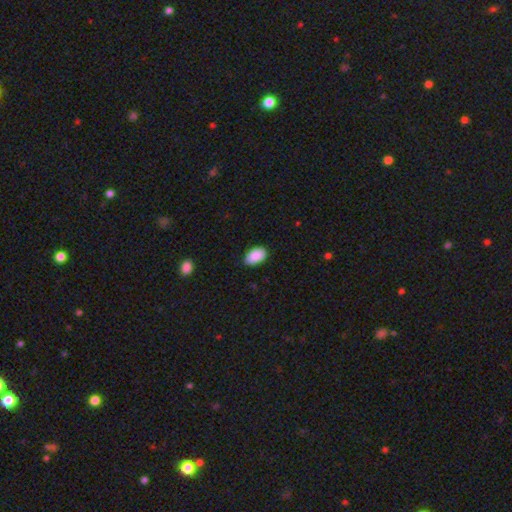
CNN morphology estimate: type=smooth (90%); roundness=in between (93%); merging=none (83%).